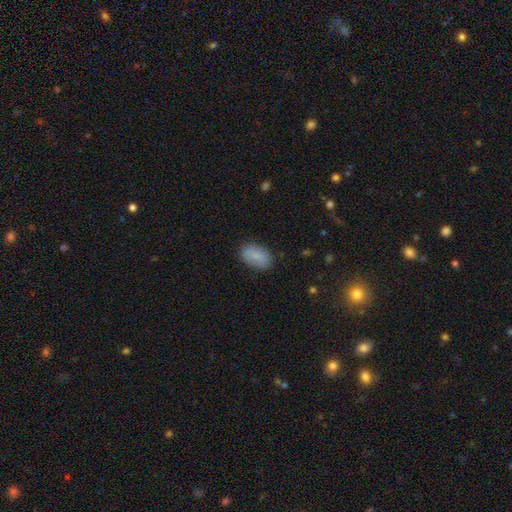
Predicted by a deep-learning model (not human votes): smooth 82%, featured or disk 11%, star or artifact 7%. Down the decision tree: how rounded — in between (92%); merging — none (83%).